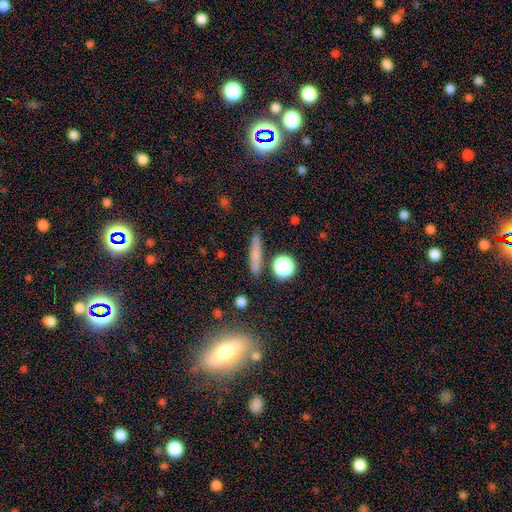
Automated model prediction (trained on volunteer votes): Smooth or featured? smooth (68%)
How rounded? cigar-shaped (83%)
Merging? none (85%)